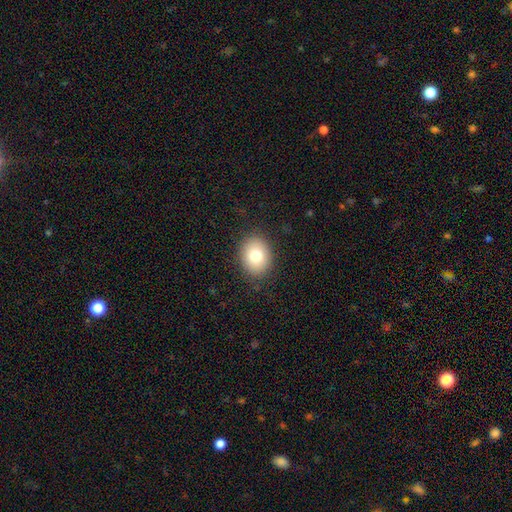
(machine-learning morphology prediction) A smooth galaxy with no disk features (78%) that is round (53%).

Vote fractions:
- Smooth or featured? smooth: 78% / featured or disk: 12% / star or artifact: 10%
- How rounded? round: 53% / in between: 46% / cigar-shaped: 1%
- Merging? none: 88% / minor disturbance: 9% / major disturbance: 3% / merger: 1%